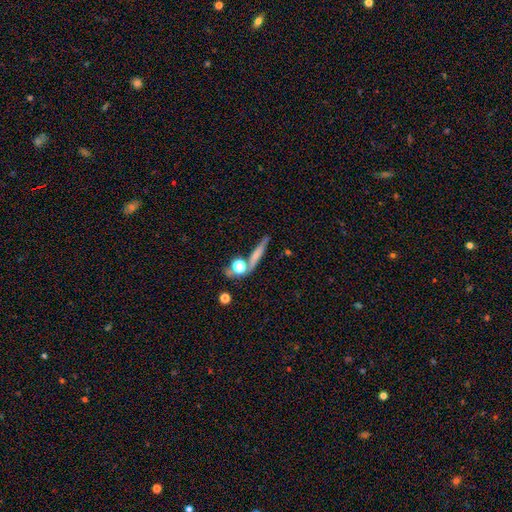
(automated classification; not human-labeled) Overall: smooth (55%; featured or disk 33%). How rounded: cigar-shaped (74%). Merging: none (72%).